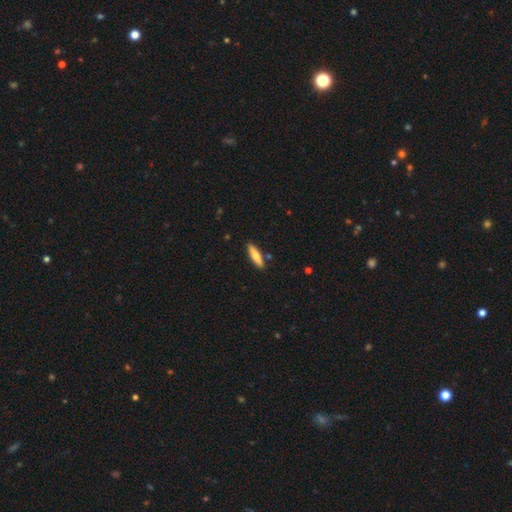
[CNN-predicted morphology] smooth-or-featured: smooth: 75% | featured or disk: 20% | star or artifact: 6%
  how-rounded: cigar-shaped: 72% | in between: 26% | round: 2%
  merging: none: 86% | minor disturbance: 9% | merger: 3% | major disturbance: 2%